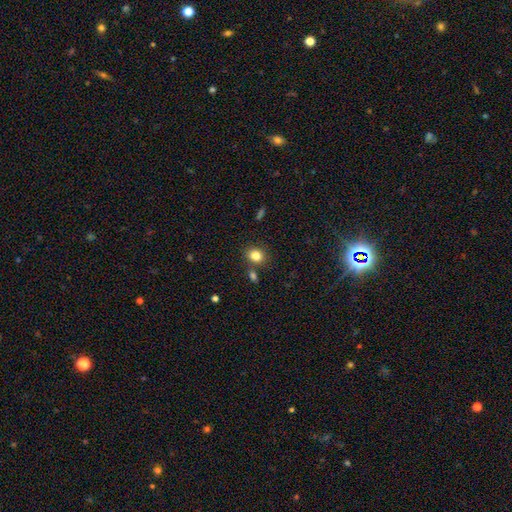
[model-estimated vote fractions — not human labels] Overall: smooth (83%). How rounded: round (56%; in between 43%). Merging: none (78%).